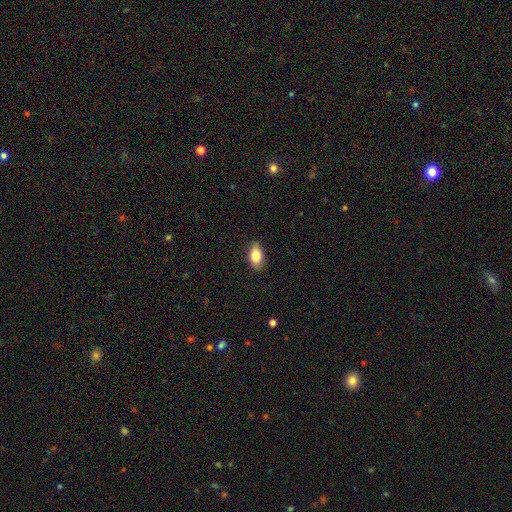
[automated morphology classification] smooth_or_featured: smooth (p=0.82) [alt: featured or disk p=0.11]
how_rounded: in between (p=0.89) [alt: round p=0.07]
merging: none (p=0.85) [alt: minor disturbance p=0.11]